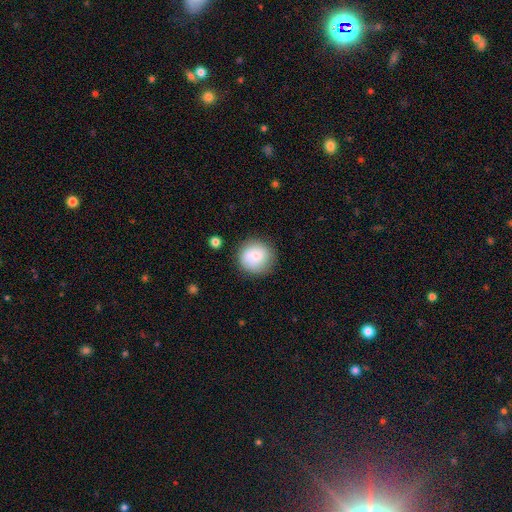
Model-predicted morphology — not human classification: type=smooth (78%); roundness=round (93%); merging=none (80%).